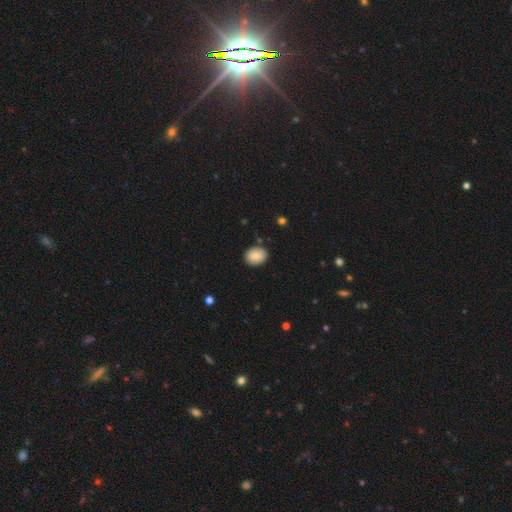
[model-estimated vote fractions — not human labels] A smooth galaxy with no disk features (83%) that is in between round and cigar-shaped (59%). Merging: none (86%).